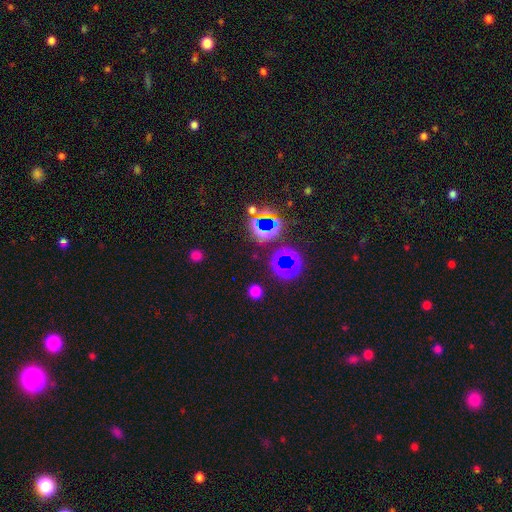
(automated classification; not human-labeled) This is possibly a star or artifact rather than a galaxy (56%).